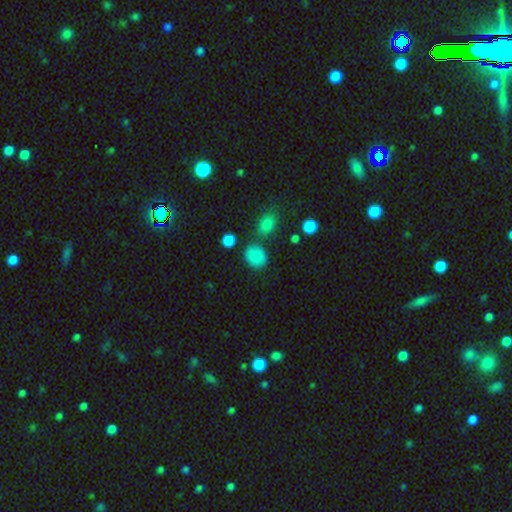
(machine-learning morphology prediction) smooth-or-featured: smooth: 83% | star or artifact: 11% | featured or disk: 5%
  how-rounded: round: 63% | in between: 36% | cigar-shaped: 1%
  merging: none: 71% | minor disturbance: 15% | merger: 10% | major disturbance: 5%